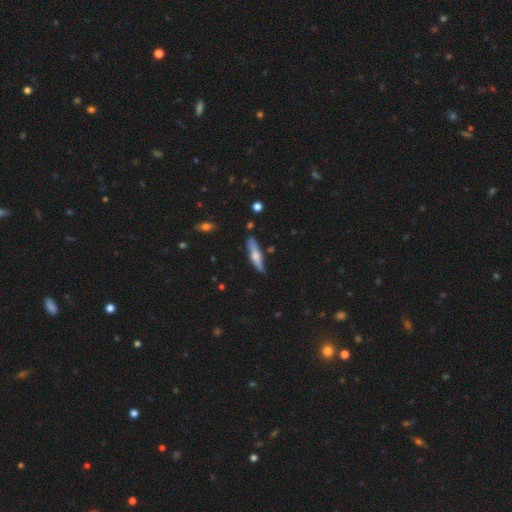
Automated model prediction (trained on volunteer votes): Smooth or featured? Predicted: smooth (p=0.58). How rounded? Predicted: cigar-shaped (p=0.82). Merging? Predicted: none (p=0.80).